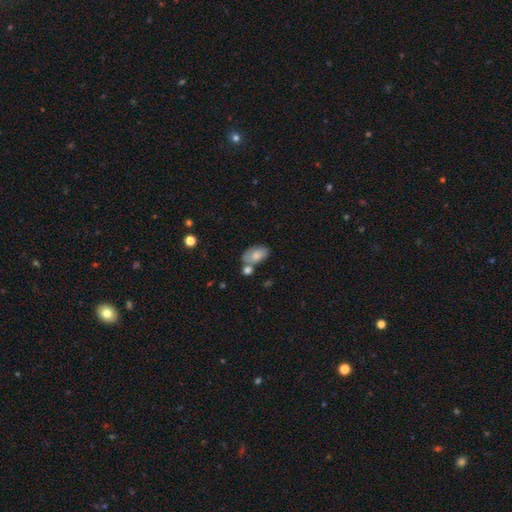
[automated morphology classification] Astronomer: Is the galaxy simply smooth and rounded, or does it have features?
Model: smooth — 75%.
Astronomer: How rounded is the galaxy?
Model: in between — 92%.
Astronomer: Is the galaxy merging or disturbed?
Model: none — 49% (runner-up: merger, 24%).